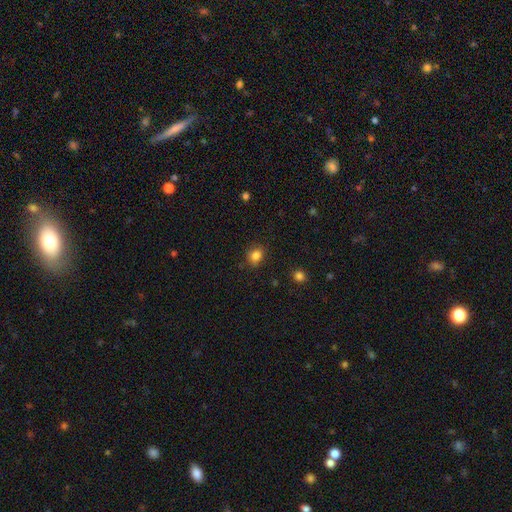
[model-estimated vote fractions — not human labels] Smooth or featured?
  - smooth: 83% *
  - star or artifact: 12%
  - featured or disk: 6%
How rounded?
  - round: 62% *
  - in between: 37%
  - cigar-shaped: 1%
Merging?
  - none: 76% *
  - minor disturbance: 17%
  - major disturbance: 4%
  - merger: 2%